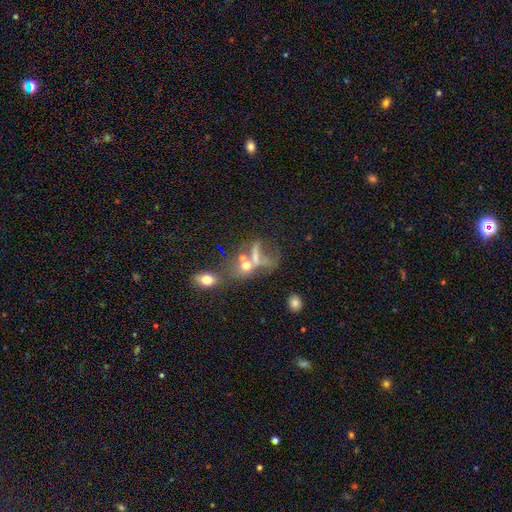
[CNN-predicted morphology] This appears to be a featured or disk galaxy (37%, tied with smooth). Merging: merger (41%).